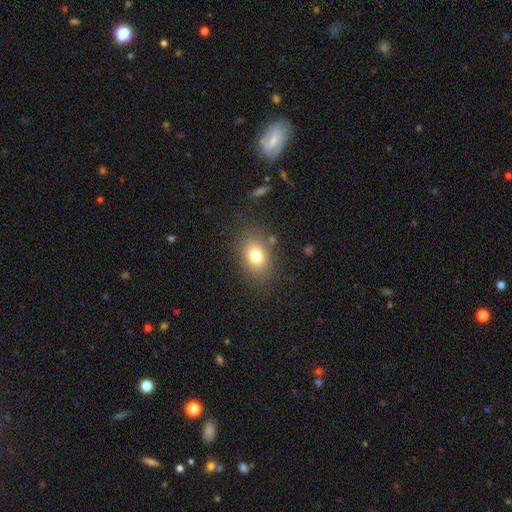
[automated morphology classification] Q: Smooth or featured?
A: smooth (77%); runner-up: star or artifact (11%)
Q: How rounded?
A: in between (69%); runner-up: round (30%)
Q: Merging?
A: none (80%); runner-up: minor disturbance (12%)